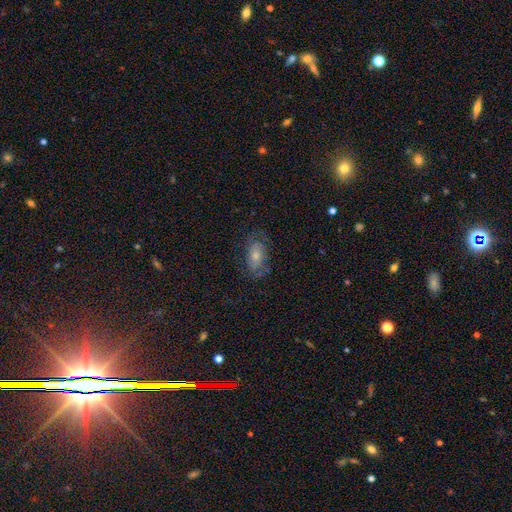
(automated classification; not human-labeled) Smooth or featured? featured or disk (52%)
Edge-on disk? no (90%)
Merging? none (72%)